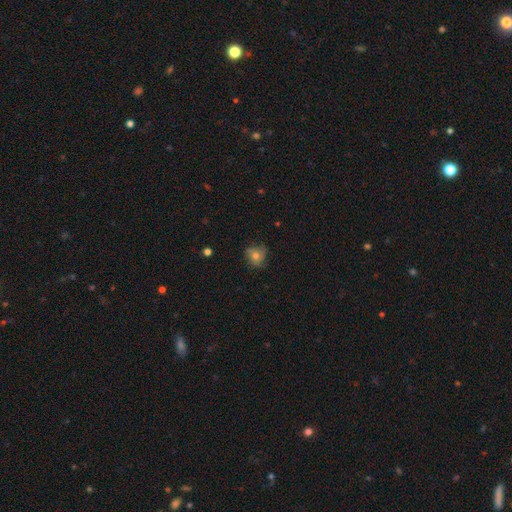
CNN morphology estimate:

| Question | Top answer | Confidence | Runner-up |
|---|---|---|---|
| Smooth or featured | featured or disk | 49% | smooth (39%) |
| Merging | none | 69% | minor disturbance (21%) |